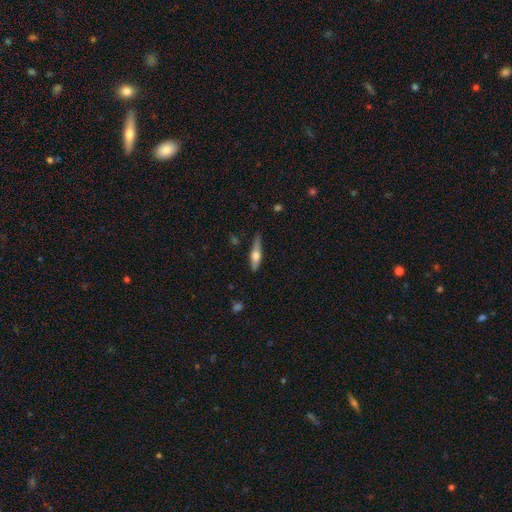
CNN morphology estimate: Overall: smooth (51%; featured or disk 44%). How rounded: cigar-shaped (71%). Merging: none (77%).